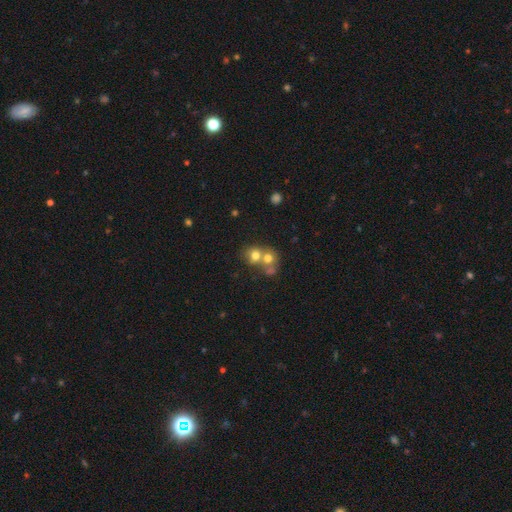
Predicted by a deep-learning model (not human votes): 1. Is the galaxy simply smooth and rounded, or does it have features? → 70% smooth, 18% featured or disk, 13% star or artifact.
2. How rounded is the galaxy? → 72% round, 27% in between, 1% cigar-shaped.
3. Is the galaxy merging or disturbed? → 59% merger, 30% none, 6% minor disturbance, 4% major disturbance.